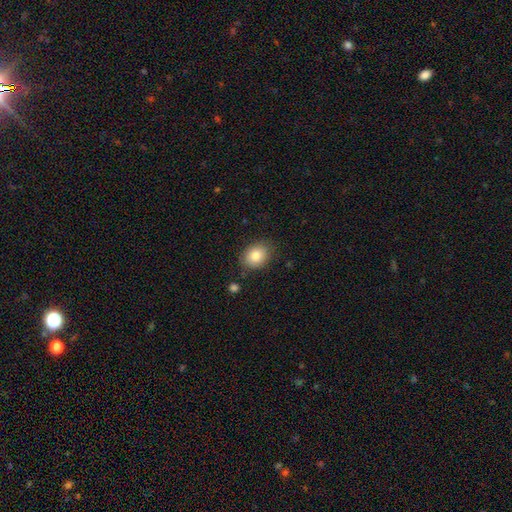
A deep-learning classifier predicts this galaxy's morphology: Smooth or featured: smooth — 82% (featured or disk — 9%)
How rounded: in between — 50% (round — 49%)
Merging: none — 83% (minor disturbance — 12%)